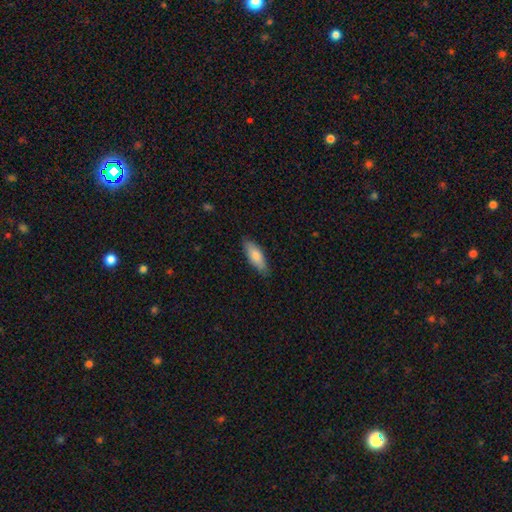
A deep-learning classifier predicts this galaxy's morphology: smooth_or_featured: smooth (p=0.79) [alt: featured or disk p=0.16]
how_rounded: in between (p=0.67) [alt: cigar-shaped p=0.31]
merging: none (p=0.84) [alt: minor disturbance p=0.13]